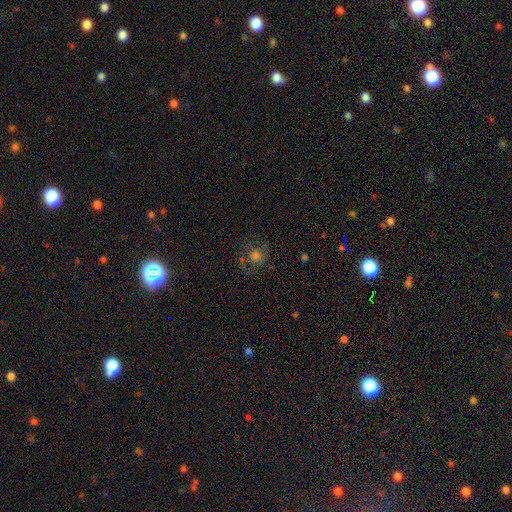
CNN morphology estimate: A smooth galaxy with no disk features (41%).

Vote fractions:
- Smooth or featured? smooth: 41% / featured or disk: 34% / star or artifact: 26%
- Merging? none: 65% / minor disturbance: 17% / major disturbance: 15% / merger: 3%